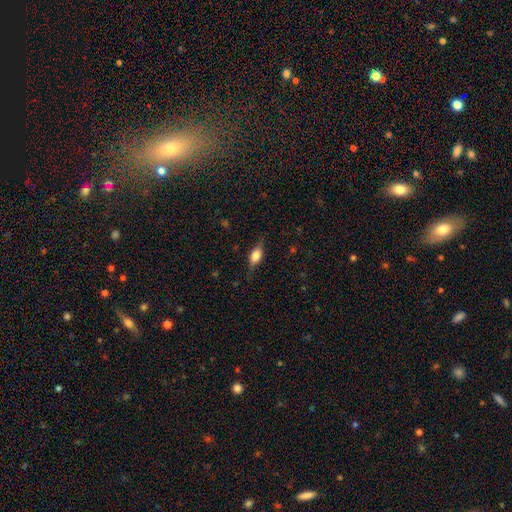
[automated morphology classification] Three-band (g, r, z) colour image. It shows a smooth galaxy with no disk features (61%) that is in between round and cigar-shaped (74%). Merging: none (73%).